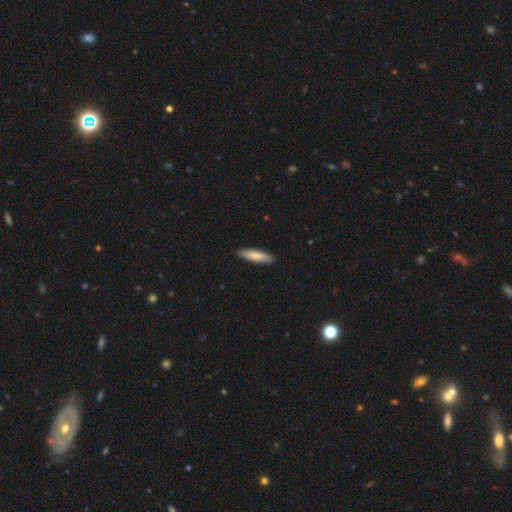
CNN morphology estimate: type=smooth (83%); roundness=cigar-shaped (74%); merging=none (91%).